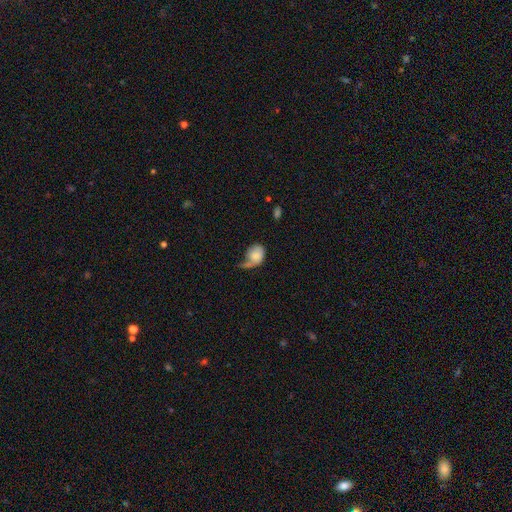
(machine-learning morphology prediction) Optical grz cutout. It shows a smooth galaxy with no disk features (69%) that is in between round and cigar-shaped (60%). Merging: major disturbance (42%).